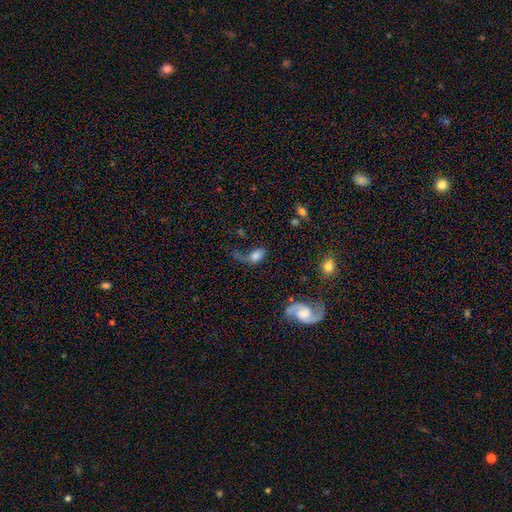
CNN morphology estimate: smooth-or-featured: smooth: 62% | featured or disk: 27% | star or artifact: 12%
  how-rounded: in between: 82% | round: 15% | cigar-shaped: 3%
  merging: major disturbance: 39% | none: 28% | minor disturbance: 20% | merger: 13%